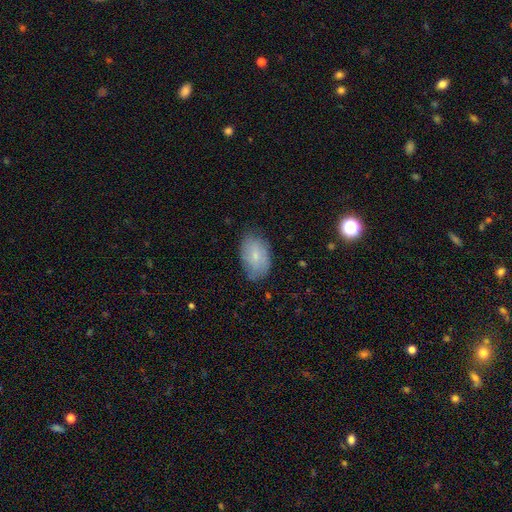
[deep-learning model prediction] smooth-or-featured: smooth: 73% | featured or disk: 20% | star or artifact: 7%
  how-rounded: in between: 89% | round: 10% | cigar-shaped: 1%
  merging: none: 71% | minor disturbance: 23% | major disturbance: 5% | merger: 1%